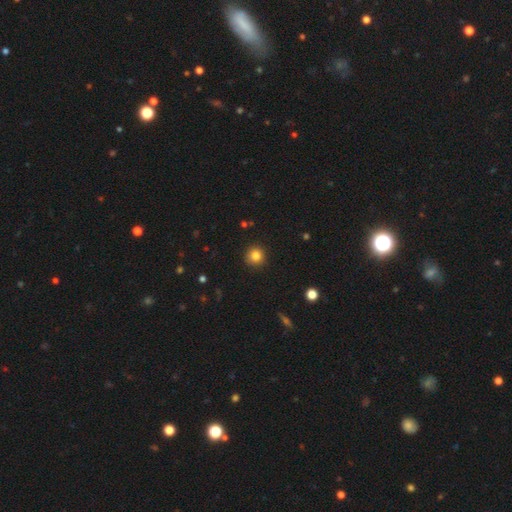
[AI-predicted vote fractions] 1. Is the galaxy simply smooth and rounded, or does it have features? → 83% smooth, 11% star or artifact, 5% featured or disk.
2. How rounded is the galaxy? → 93% round, 6% in between, 1% cigar-shaped.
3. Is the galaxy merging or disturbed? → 90% none, 7% minor disturbance, 2% major disturbance, 1% merger.